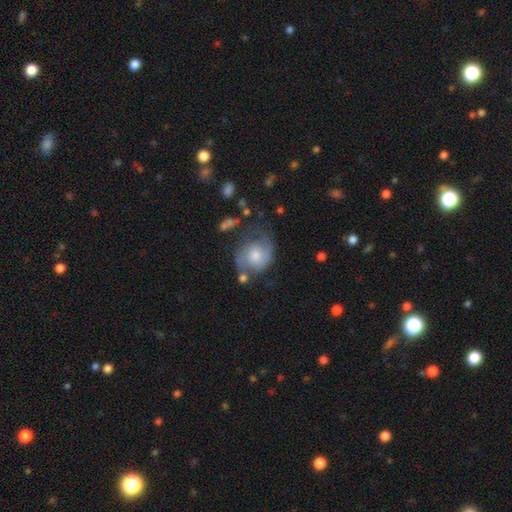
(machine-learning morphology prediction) This appears to be a featured or disk galaxy (58%) with no bar (70%), spiral arms (82%) and a moderate central bulge (56%). Merging: none (51%).